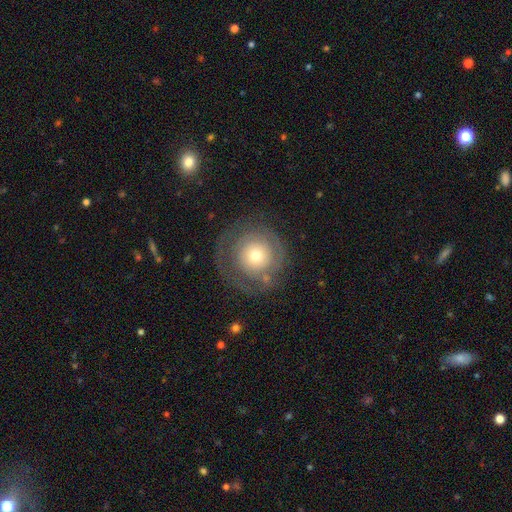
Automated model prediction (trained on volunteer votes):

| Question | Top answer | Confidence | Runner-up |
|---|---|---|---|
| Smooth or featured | featured or disk | 50% | smooth (42%) |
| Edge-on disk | no | 96% | yes (4%) |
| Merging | none | 71% | minor disturbance (14%) |